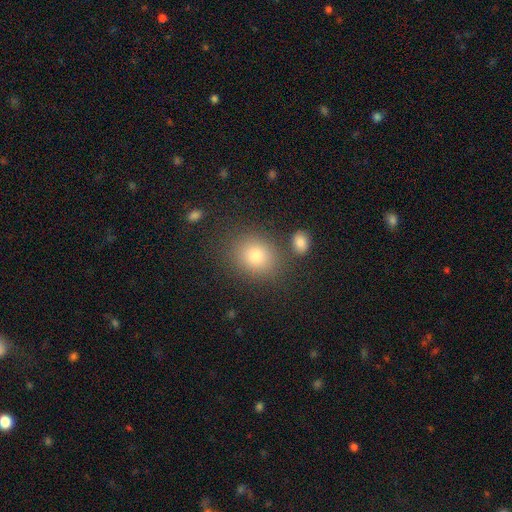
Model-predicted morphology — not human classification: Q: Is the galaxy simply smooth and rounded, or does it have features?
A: smooth — 79%.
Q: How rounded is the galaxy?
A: round — 58%.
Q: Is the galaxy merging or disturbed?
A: none — 77%.